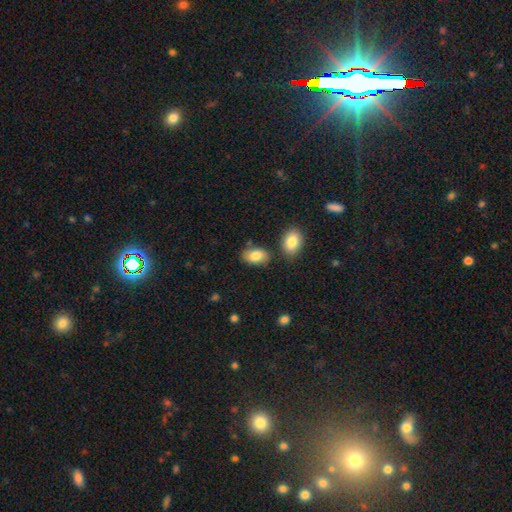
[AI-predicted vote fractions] Smooth or featured? Predicted: smooth (p=0.84). How rounded? Predicted: in between (p=0.92). Merging? Predicted: none (p=0.77).